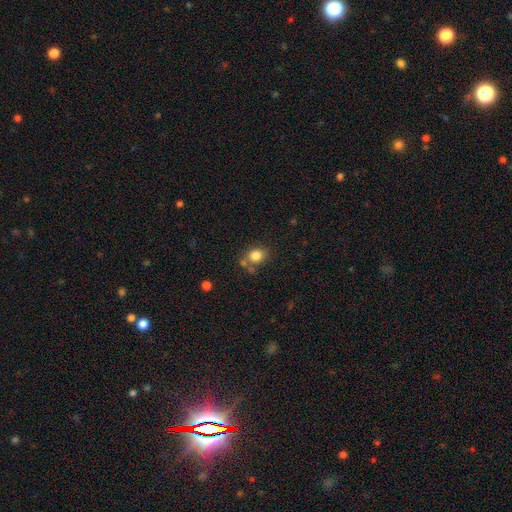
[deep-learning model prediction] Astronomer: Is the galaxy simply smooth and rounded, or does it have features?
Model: smooth — 82%.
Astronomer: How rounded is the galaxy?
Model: round — 64%.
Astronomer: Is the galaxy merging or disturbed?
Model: none — 64%.